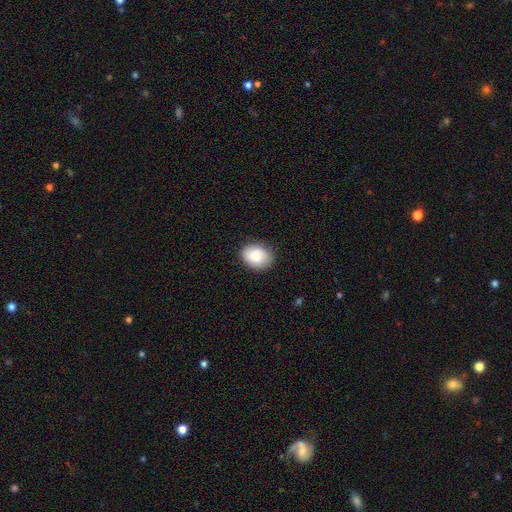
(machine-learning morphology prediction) A smooth galaxy with no disk features (83%) that is in between round and cigar-shaped (63%). Merging: none (86%).